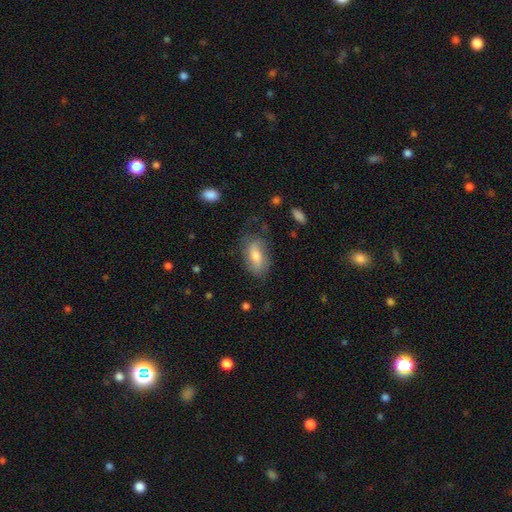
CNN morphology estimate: Smooth or featured?
  - smooth: 65% *
  - featured or disk: 28%
  - star or artifact: 8%
How rounded?
  - in between: 86% *
  - cigar-shaped: 10%
  - round: 4%
Merging?
  - none: 65% *
  - minor disturbance: 23%
  - major disturbance: 9%
  - merger: 2%